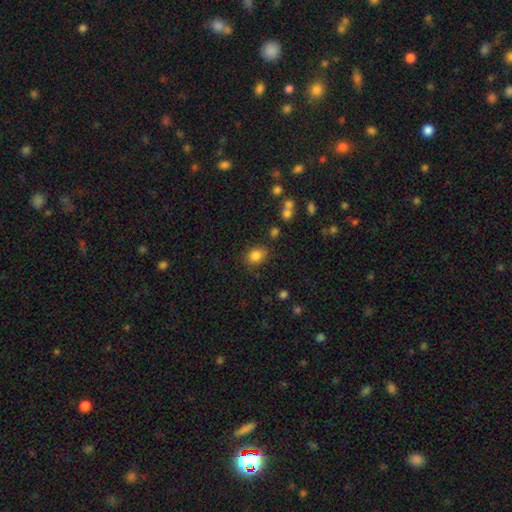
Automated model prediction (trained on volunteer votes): Overall: smooth (84%). How rounded: in between (59%; round 40%). Merging: none (73%).